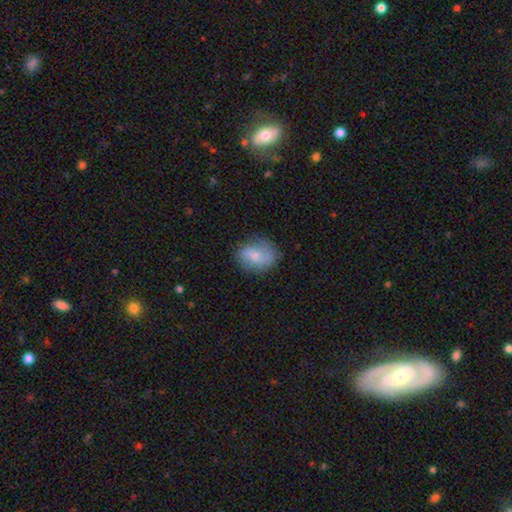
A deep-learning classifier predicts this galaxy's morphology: smooth_or_featured: smooth (p=0.65) [alt: featured or disk p=0.28]
how_rounded: in between (p=0.57) [alt: round p=0.42]
merging: none (p=0.69) [alt: minor disturbance p=0.22]